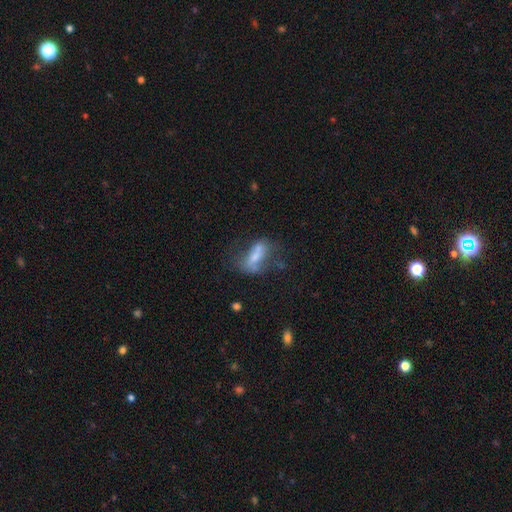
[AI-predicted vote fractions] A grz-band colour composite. It shows a smooth galaxy with no disk features (50%). Merging: none (34%).